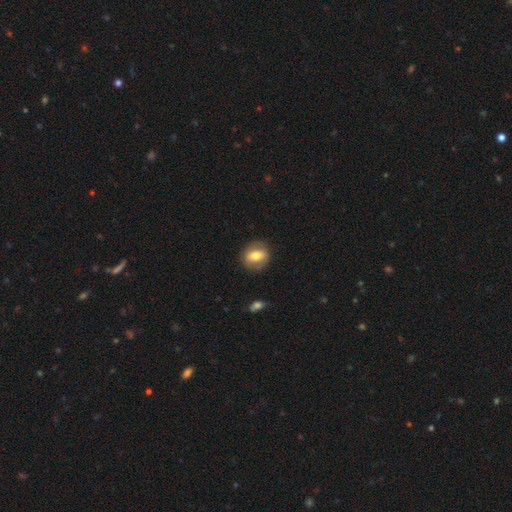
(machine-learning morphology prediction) smooth_or_featured: smooth (p=0.60) [alt: featured or disk p=0.33]
how_rounded: round (p=0.60) [alt: in between p=0.38]
merging: none (p=0.83) [alt: minor disturbance p=0.12]